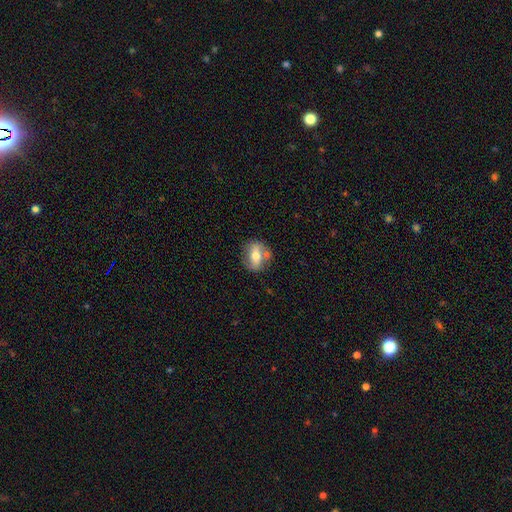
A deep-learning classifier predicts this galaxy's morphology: type=smooth (48%); merging=none (65%).